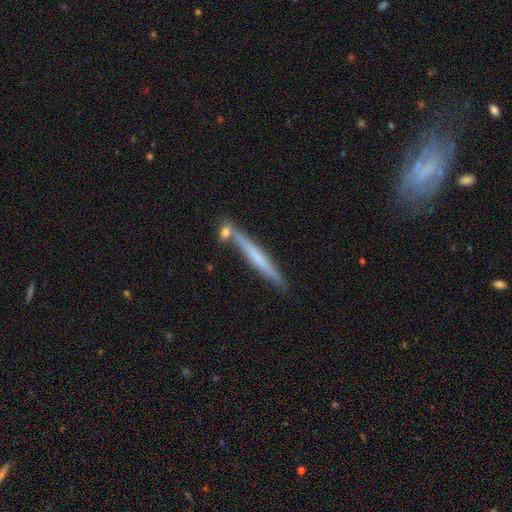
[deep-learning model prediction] Q: Smooth or featured?
A: smooth (47%); tied with: featured or disk (47%)
Q: Merging?
A: none (76%); runner-up: minor disturbance (11%)